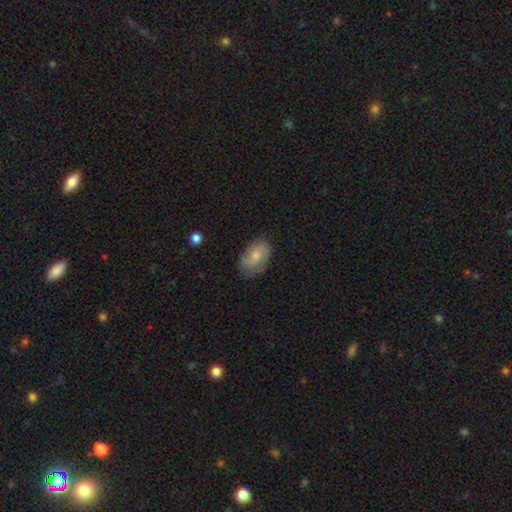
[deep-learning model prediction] The model was most divided on "smooth or featured": smooth: 67%, featured or disk: 26%, star or artifact: 7%. More confident: how rounded — in between (90%); merging — none (72%).